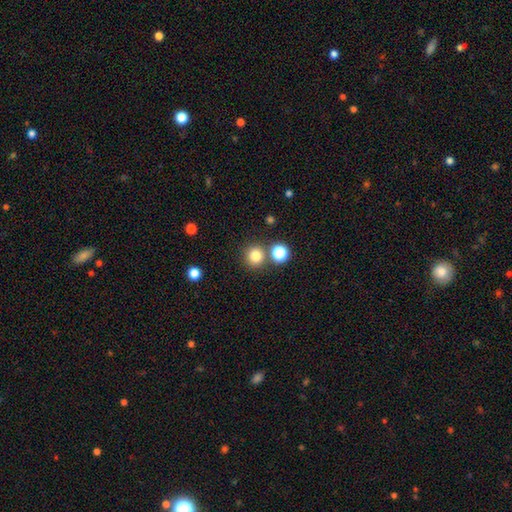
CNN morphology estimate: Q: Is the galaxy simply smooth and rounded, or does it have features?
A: smooth — 81%.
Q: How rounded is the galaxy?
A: round — 93%.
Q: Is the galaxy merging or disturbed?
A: none — 78%.